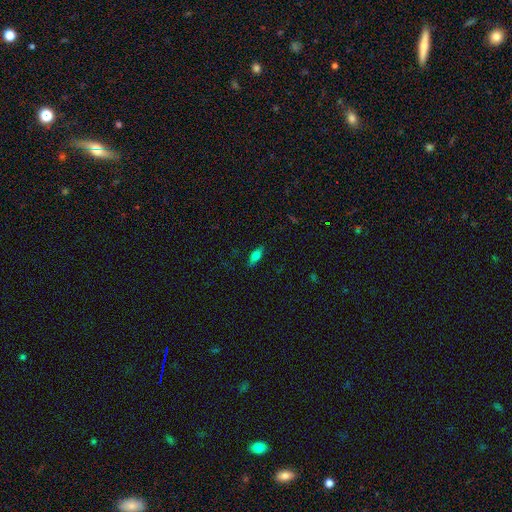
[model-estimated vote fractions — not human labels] This is likely a smooth galaxy (69%). How rounded: likely in between (71%). Merging: clearly none (85%).